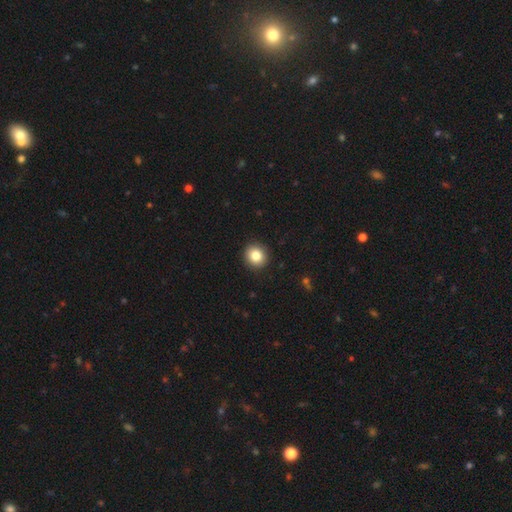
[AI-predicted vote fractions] Smooth or featured? Predicted: smooth (p=0.84). How rounded? Predicted: round (p=0.87). Merging? Predicted: none (p=0.92).